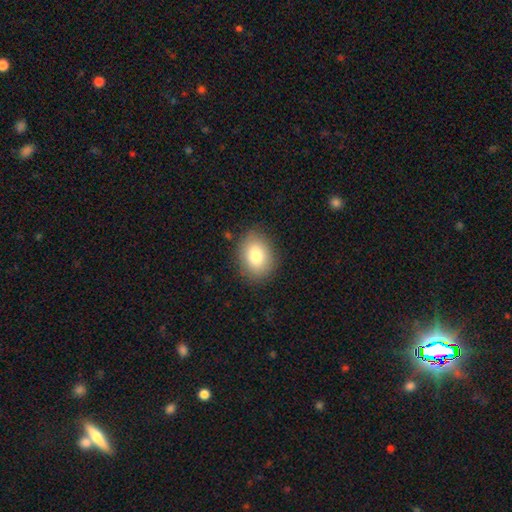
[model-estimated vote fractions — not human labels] The model was most divided on "how rounded": in between: 62%, round: 38%, cigar-shaped: 1%. More confident: merging — none (85%); smooth or featured — smooth (80%).